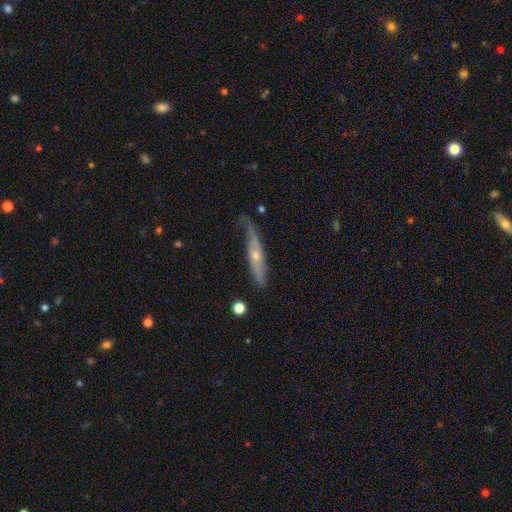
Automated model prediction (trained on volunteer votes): smooth_or_featured: featured or disk (p=0.64) [alt: smooth p=0.29]
disk_edge_on: yes (p=0.62) [alt: no p=0.38]
merging: none (p=0.52) [alt: minor disturbance p=0.31]